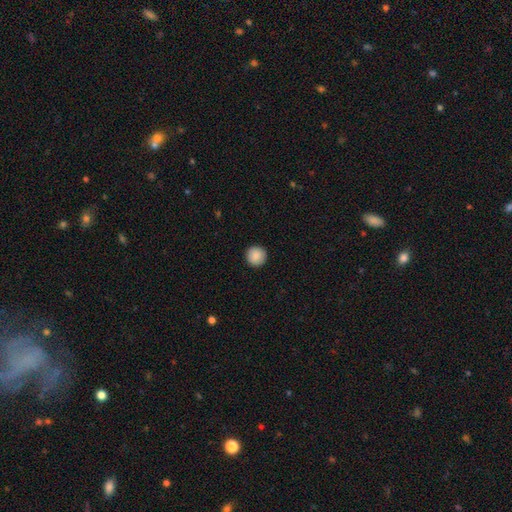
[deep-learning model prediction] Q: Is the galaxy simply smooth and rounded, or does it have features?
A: smooth — 89%.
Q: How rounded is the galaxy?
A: round — 96%.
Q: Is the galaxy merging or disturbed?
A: none — 93%.